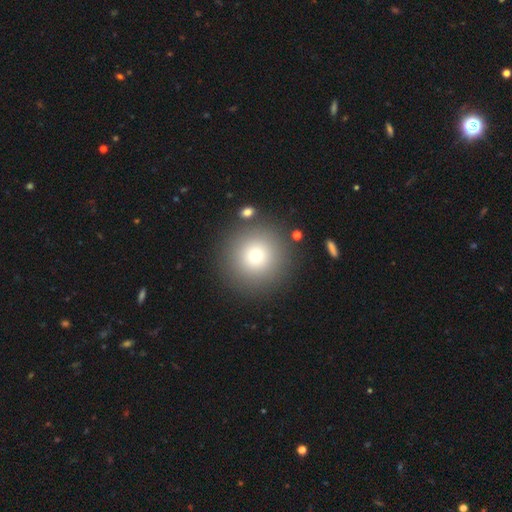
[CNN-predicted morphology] smooth 73%, star or artifact 15%, featured or disk 12%. Down the decision tree: how rounded — round (96%); merging — none (87%).